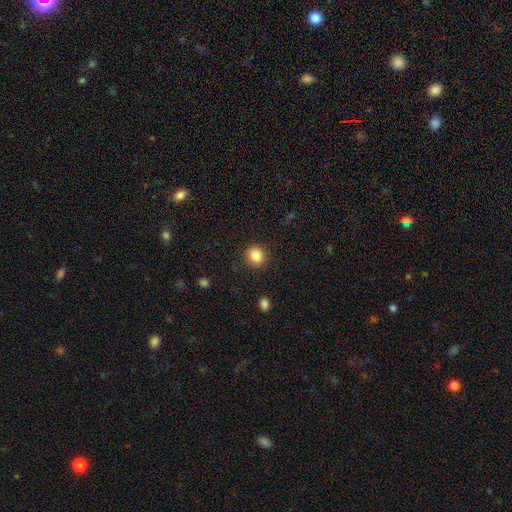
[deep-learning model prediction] Smooth or featured? Predicted: smooth (p=0.85). How rounded? Predicted: round (p=0.86). Merging? Predicted: none (p=0.90).